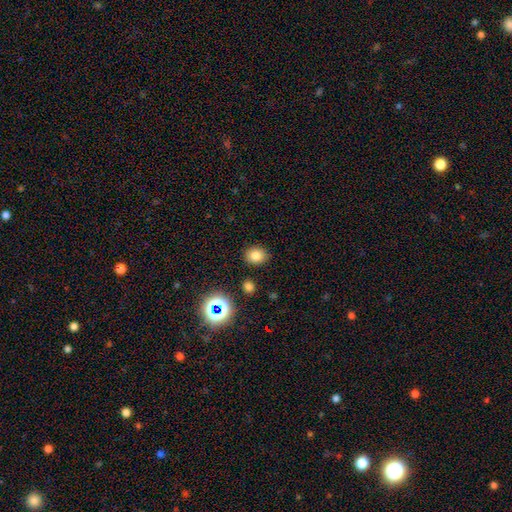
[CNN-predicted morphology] Q: Smooth or featured?
A: smooth (78%); runner-up: star or artifact (15%)
Q: How rounded?
A: round (56%); runner-up: in between (43%)
Q: Merging?
A: none (87%); runner-up: minor disturbance (8%)